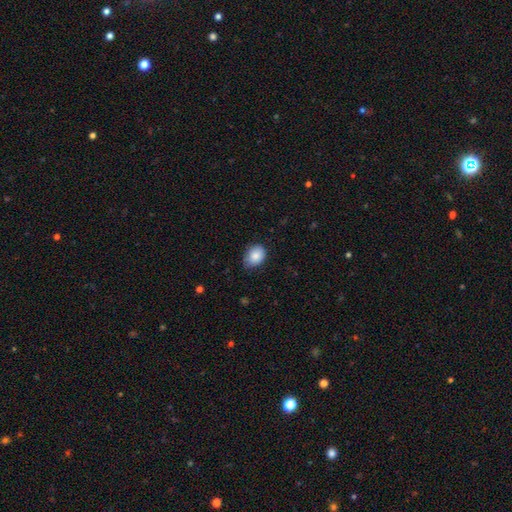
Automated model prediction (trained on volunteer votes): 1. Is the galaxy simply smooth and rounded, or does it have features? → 86% smooth, 8% star or artifact, 6% featured or disk.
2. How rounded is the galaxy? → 64% in between, 35% round, 1% cigar-shaped.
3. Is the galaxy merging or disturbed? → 71% none, 25% minor disturbance, 4% major disturbance, 1% merger.